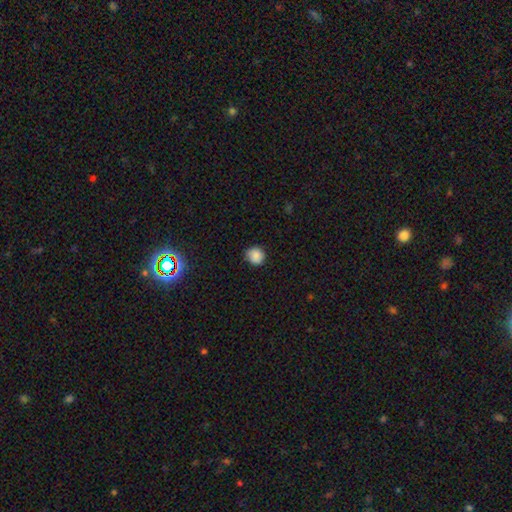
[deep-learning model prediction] Smooth or featured? Predicted: smooth (p=0.85). How rounded? Predicted: round (p=0.87). Merging? Predicted: none (p=0.79).